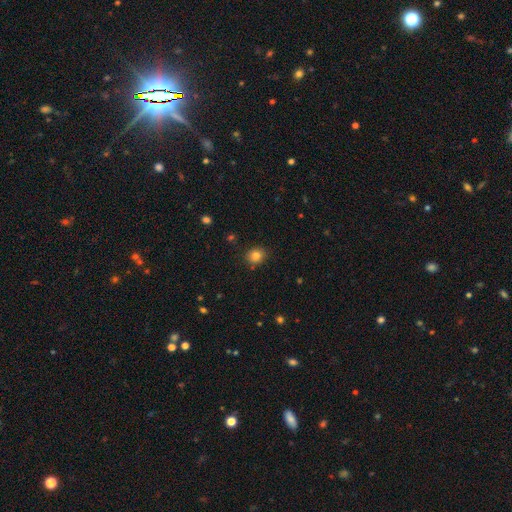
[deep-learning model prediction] Smooth or featured? Predicted: smooth (p=0.82). How rounded? Predicted: round (p=0.77). Merging? Predicted: none (p=0.87).